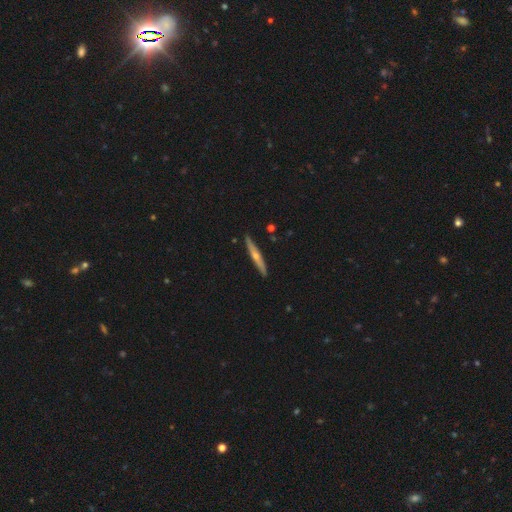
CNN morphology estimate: Overall: featured or disk (66%; smooth 28%). Edge-on disk: yes (96%). Edge-on bulge: rounded (84%). Merging: none (90%).